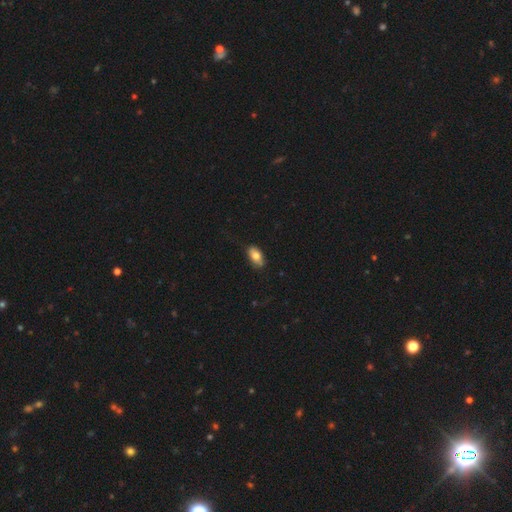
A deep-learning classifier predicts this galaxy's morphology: The model was most divided on "merging": none: 77%, minor disturbance: 19%, major disturbance: 3%, merger: 1%. More confident: how rounded — in between (90%); smooth or featured — smooth (77%).